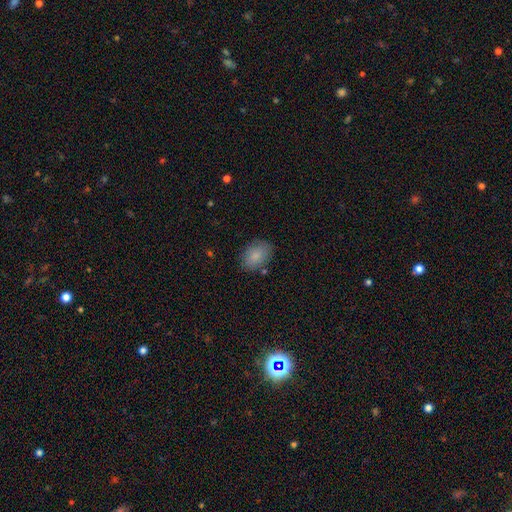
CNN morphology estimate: smooth 85%, featured or disk 7%, star or artifact 7%. Down the decision tree: how rounded — in between (81%); merging — none (80%).